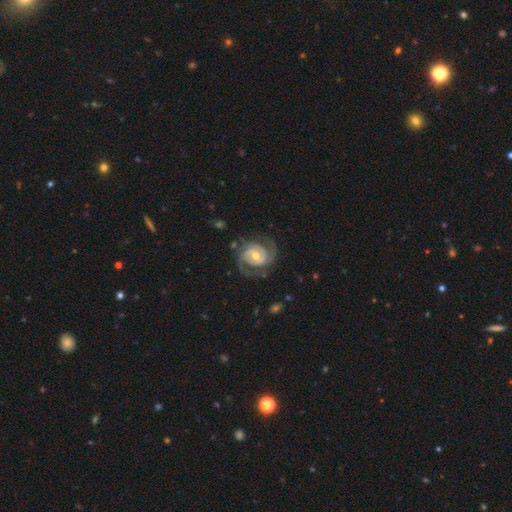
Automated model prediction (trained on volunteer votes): A featured or disk galaxy (90%) with no bar (43%), 2 (78%) tight (52%) spiral arms (97%) and a moderate central bulge (68%).

Vote fractions:
- Smooth or featured? featured or disk: 90% / smooth: 6% / star or artifact: 4%
- Edge-on disk? no: 98% / yes: 2%
- Bar? no: 43% / weak: 41% / strong: 16%
- Spiral arms? yes: 97% / no: 3%
- Spiral winding? tight: 52% / medium: 39% / loose: 10%
- Spiral arm count? 2: 78% / 3: 9% / can't tell: 6% / 1: 2% / 4: 2% / more than 4: 2%
- Bulge size? moderate: 68% / small: 27% / large: 4% / none: 1% / dominant: 1%
- Merging? none: 73% / minor disturbance: 16% / major disturbance: 9% / merger: 2%